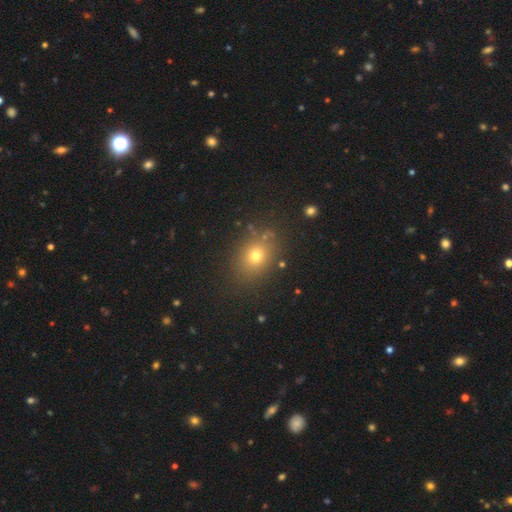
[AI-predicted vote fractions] smooth 71%, star or artifact 18%, featured or disk 12%. Down the decision tree: how rounded — in between (50%); merging — none (82%).